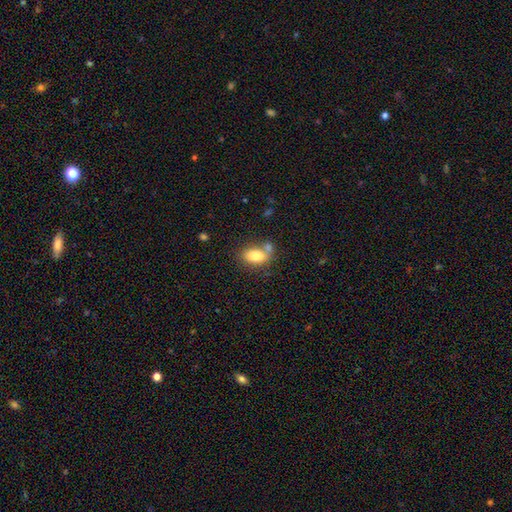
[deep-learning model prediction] Smooth or featured? Predicted: smooth (p=0.80). How rounded? Predicted: in between (p=0.87). Merging? Predicted: none (p=0.54).